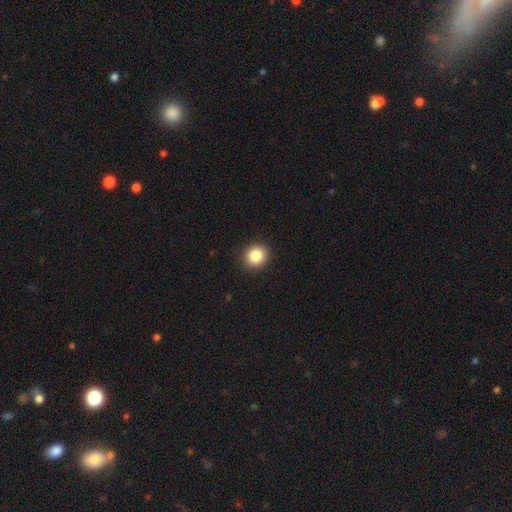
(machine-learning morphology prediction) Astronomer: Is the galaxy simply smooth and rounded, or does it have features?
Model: smooth — 85%.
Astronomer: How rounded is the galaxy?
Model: round — 78%.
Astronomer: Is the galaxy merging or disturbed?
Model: none — 92%.